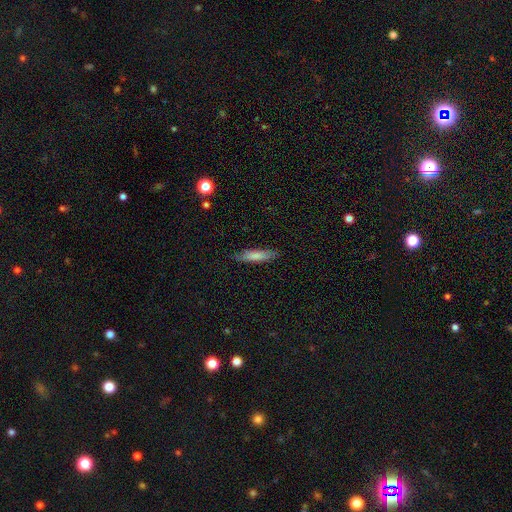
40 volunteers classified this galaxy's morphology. Smooth or featured: smooth — 78% (featured or disk — 22%)
How rounded: cigar-shaped — 84% (in between — 16%)
Merging: none — 98% (minor disturbance — 2%)